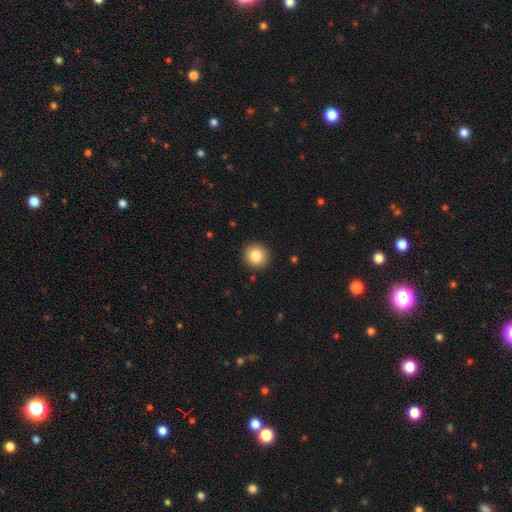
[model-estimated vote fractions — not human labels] A smooth galaxy with no disk features (84%) that is round (93%).

Vote fractions:
- Smooth or featured? smooth: 84% / star or artifact: 9% / featured or disk: 7%
- How rounded? round: 93% / in between: 6% / cigar-shaped: 1%
- Merging? none: 92% / minor disturbance: 5% / major disturbance: 2% / merger: 1%